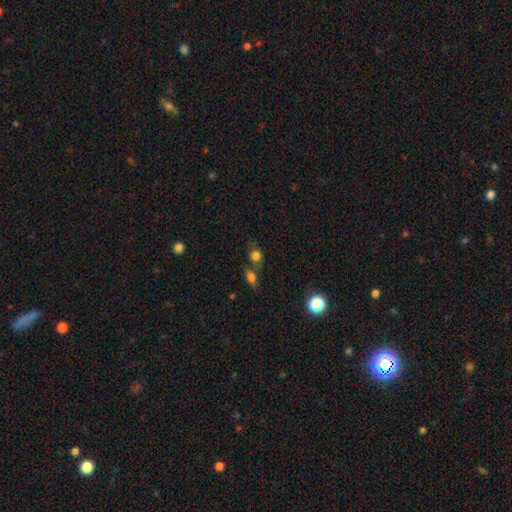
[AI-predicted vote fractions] A smooth galaxy with no disk features (70%) that is round (63%). Merging: none (48%).